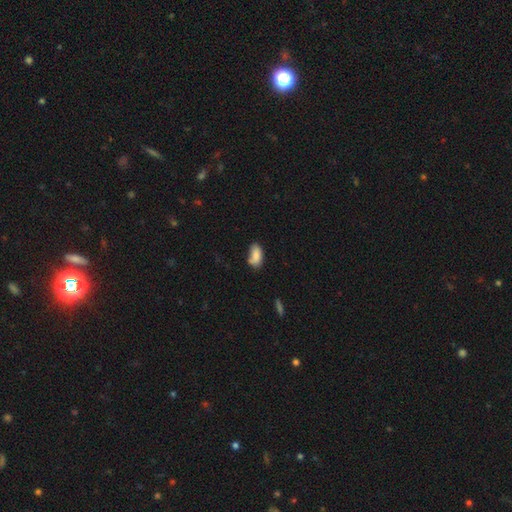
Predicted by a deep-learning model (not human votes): smooth-or-featured: smooth: 83% | featured or disk: 9% | star or artifact: 8%
  how-rounded: in between: 91% | cigar-shaped: 5% | round: 4%
  merging: none: 57% | minor disturbance: 28% | merger: 9% | major disturbance: 6%